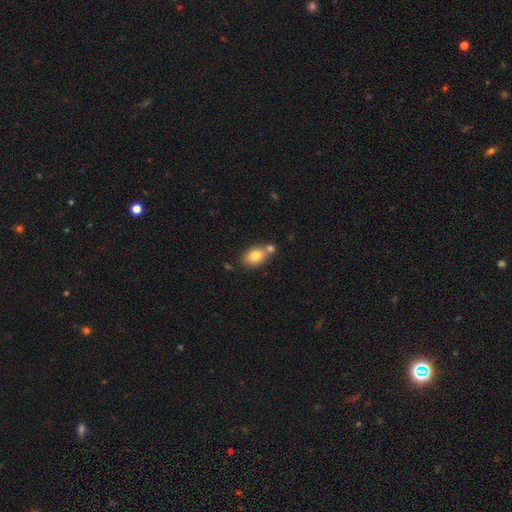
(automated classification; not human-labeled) This is likely a smooth galaxy (80%). How rounded: likely in between (77%). Merging: possibly none (55%).